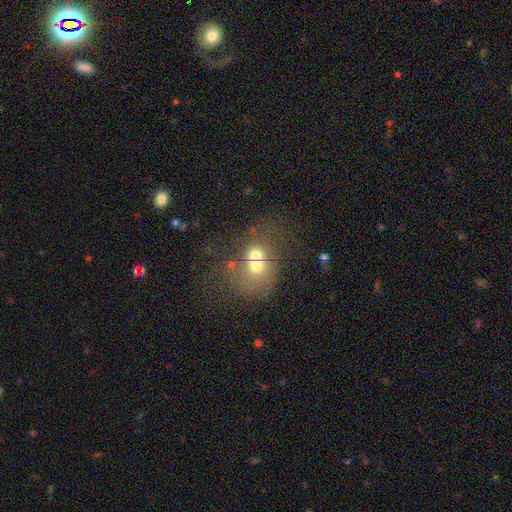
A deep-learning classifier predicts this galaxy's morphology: Smooth or featured? Predicted: smooth (p=0.59). How rounded? Predicted: round (p=0.65). Merging? Predicted: merger (p=0.59).